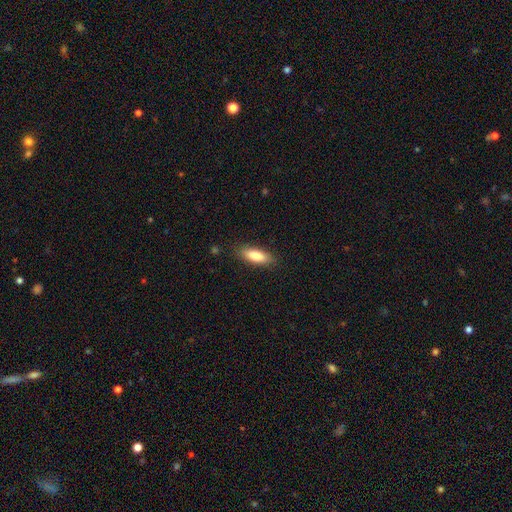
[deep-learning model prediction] Overall: smooth (80%). How rounded: in between (60%; cigar-shaped 38%). Merging: none (85%).